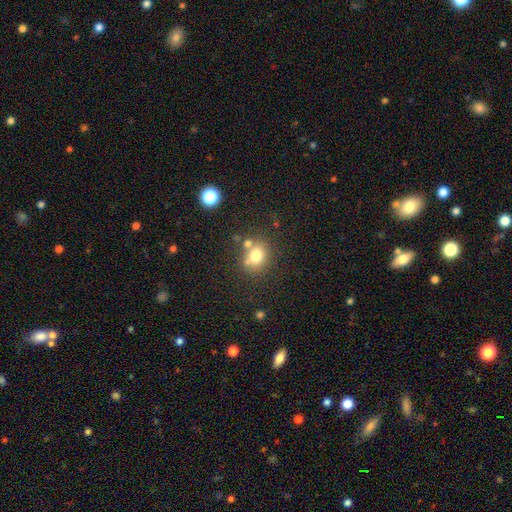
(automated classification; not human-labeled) This is likely a smooth galaxy (74%). How rounded: likely round (66%). Merging: likely none (65%).